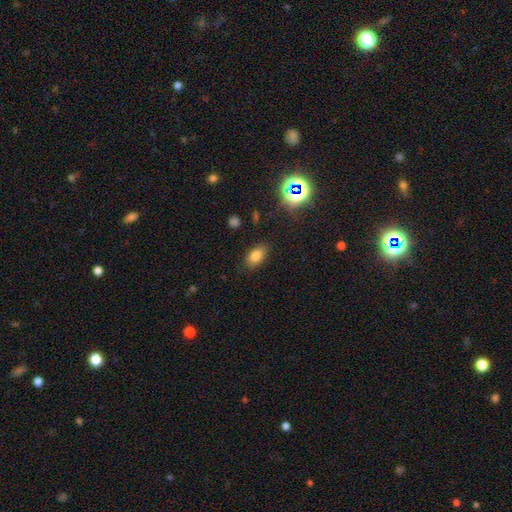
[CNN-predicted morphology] Q: Smooth or featured?
A: smooth (78%); runner-up: star or artifact (14%)
Q: How rounded?
A: in between (88%); runner-up: round (10%)
Q: Merging?
A: none (85%); runner-up: minor disturbance (11%)